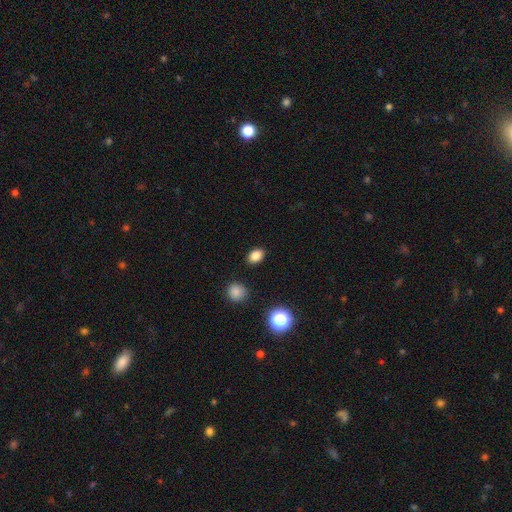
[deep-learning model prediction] smooth_or_featured: smooth (p=0.83) [alt: star or artifact p=0.12]
how_rounded: in between (p=0.77) [alt: round p=0.22]
merging: none (p=0.88) [alt: minor disturbance p=0.08]